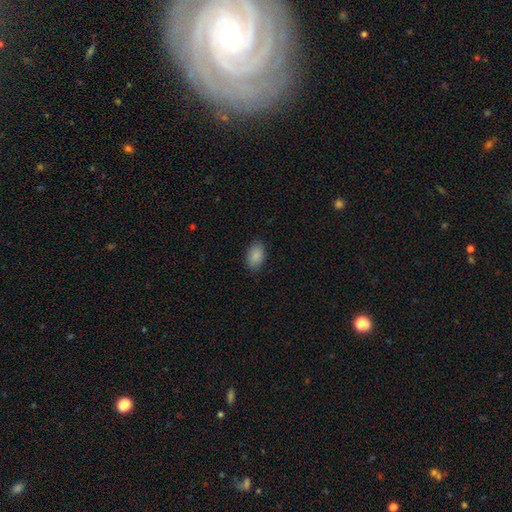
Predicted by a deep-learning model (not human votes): Q: Smooth or featured?
A: smooth (88%); runner-up: star or artifact (7%)
Q: How rounded?
A: in between (91%); runner-up: round (8%)
Q: Merging?
A: none (86%); runner-up: minor disturbance (11%)